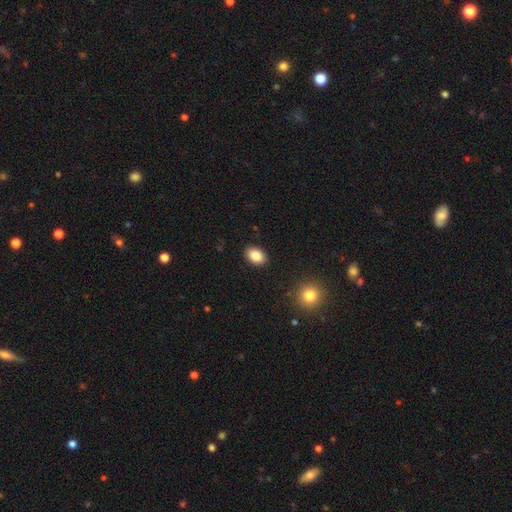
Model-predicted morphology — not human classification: This appears to be a smooth galaxy with no disk features (86%) that is in between round and cigar-shaped (80%). Merging: none (89%).